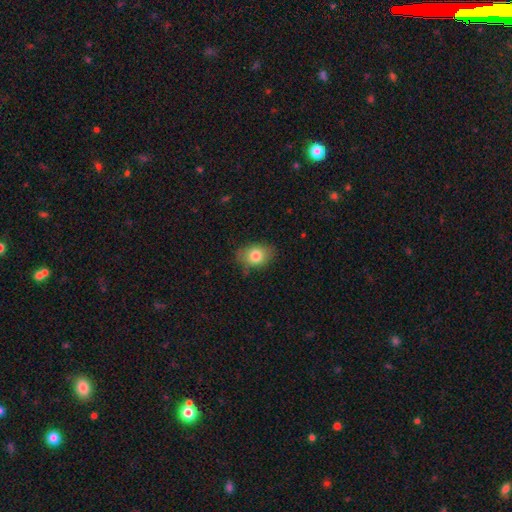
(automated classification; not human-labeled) A smooth galaxy with no disk features (80%) that is in between round and cigar-shaped (69%).

Vote fractions:
- Smooth or featured? smooth: 80% / featured or disk: 12% / star or artifact: 9%
- How rounded? in between: 69% / round: 30% / cigar-shaped: 1%
- Merging? none: 73% / minor disturbance: 22% / major disturbance: 4% / merger: 1%